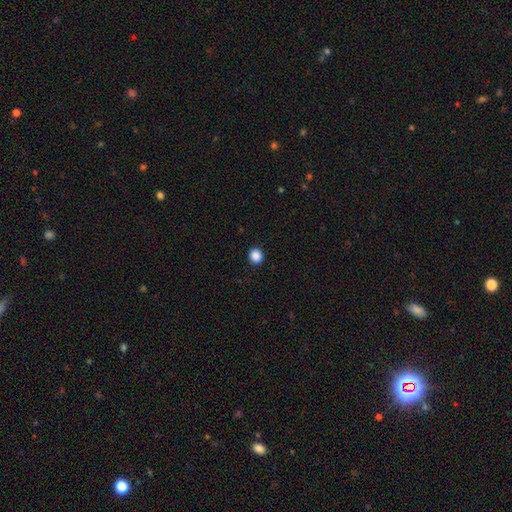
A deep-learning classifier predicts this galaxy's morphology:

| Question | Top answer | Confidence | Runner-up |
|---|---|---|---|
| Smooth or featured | smooth | 88% | star or artifact (10%) |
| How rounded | round | 86% | in between (13%) |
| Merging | none | 92% | minor disturbance (5%) |